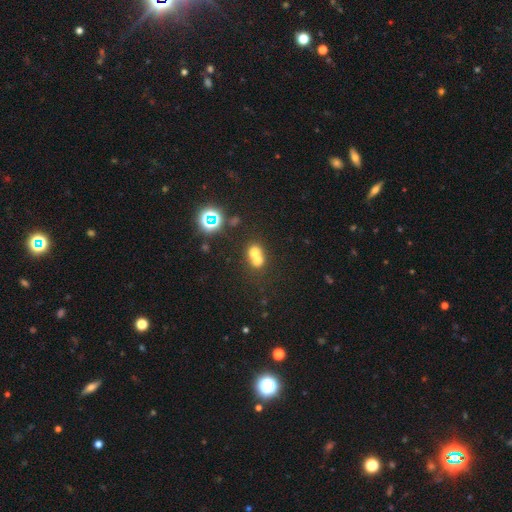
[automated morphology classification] Overall: smooth (61%; featured or disk 21%). How rounded: round (53%; in between 44%). Merging: merger (64%; none 25%).